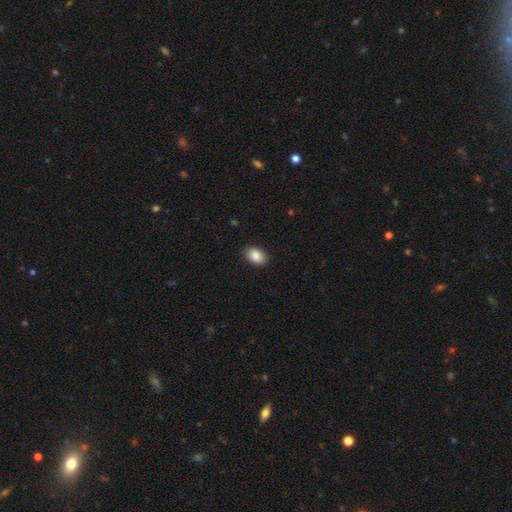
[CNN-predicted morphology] Q: Smooth or featured?
A: smooth (88%); runner-up: star or artifact (7%)
Q: How rounded?
A: in between (84%); runner-up: round (15%)
Q: Merging?
A: none (87%); runner-up: minor disturbance (10%)